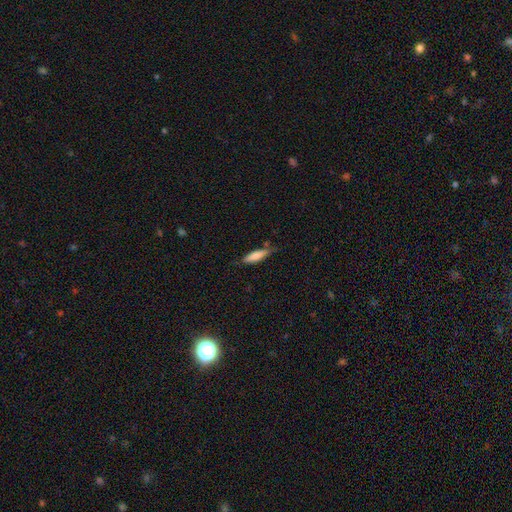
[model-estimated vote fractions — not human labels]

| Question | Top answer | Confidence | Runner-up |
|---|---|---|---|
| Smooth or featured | smooth | 77% | featured or disk (17%) |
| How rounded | cigar-shaped | 64% | in between (35%) |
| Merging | none | 68% | minor disturbance (24%) |